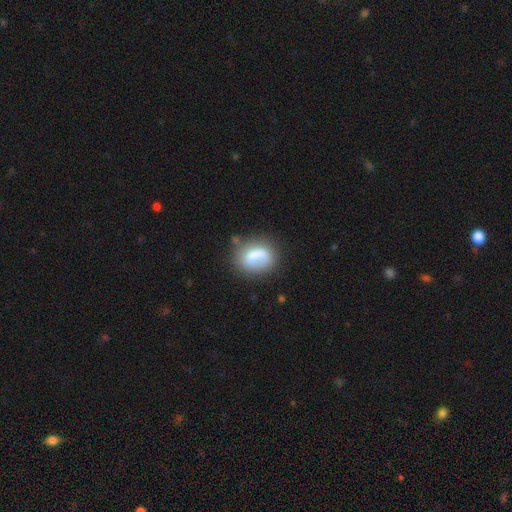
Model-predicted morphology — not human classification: Smooth or featured? Predicted: smooth (p=0.66). How rounded? Predicted: in between (p=0.53). Merging? Predicted: none (p=0.53).